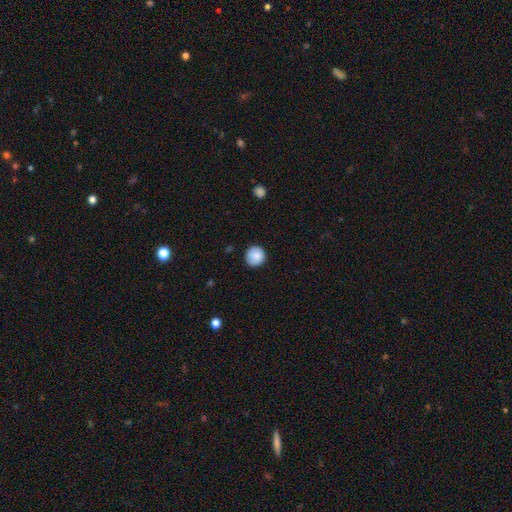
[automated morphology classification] Smooth or featured: smooth — 87% (star or artifact — 8%)
How rounded: round — 94% (in between — 5%)
Merging: none — 87% (minor disturbance — 10%)